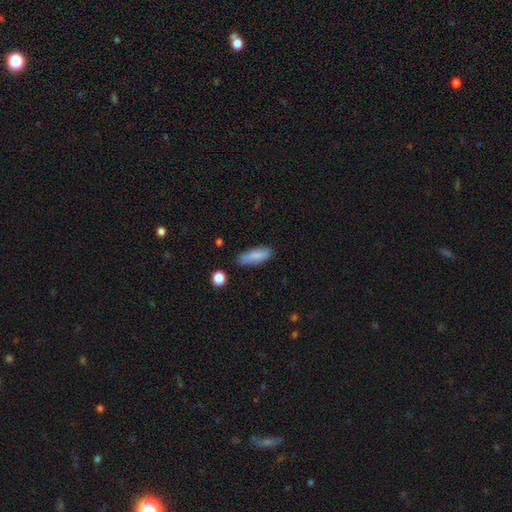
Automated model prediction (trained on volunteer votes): Morphology: type=smooth (84%); roundness=in between (60%); merging=none (75%).